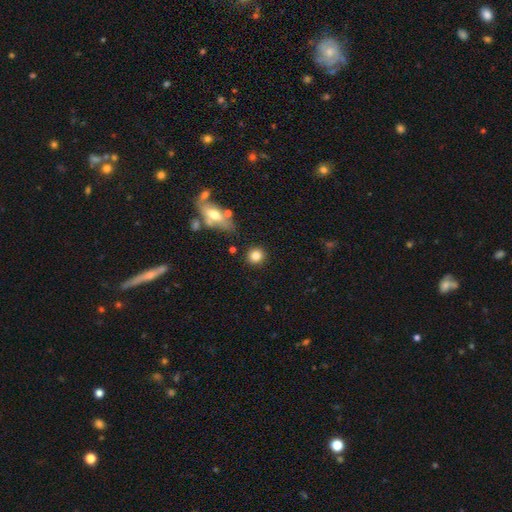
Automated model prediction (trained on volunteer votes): Smooth or featured? smooth (82%)
How rounded? round (87%)
Merging? none (85%)